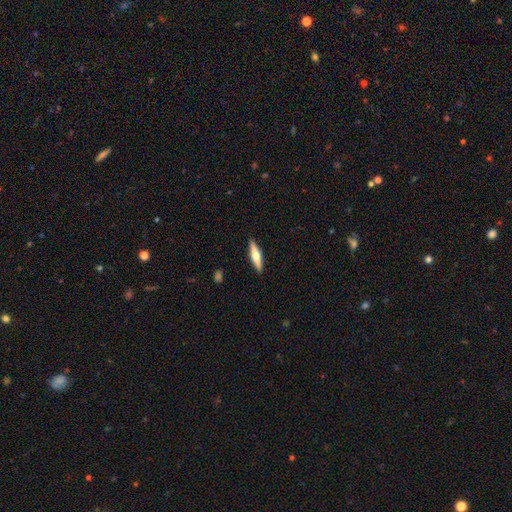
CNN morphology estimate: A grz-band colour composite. It shows a featured or disk galaxy (53%) viewed edge-on (96%) with a rounded central bulge (90%). Merging: none (91%).